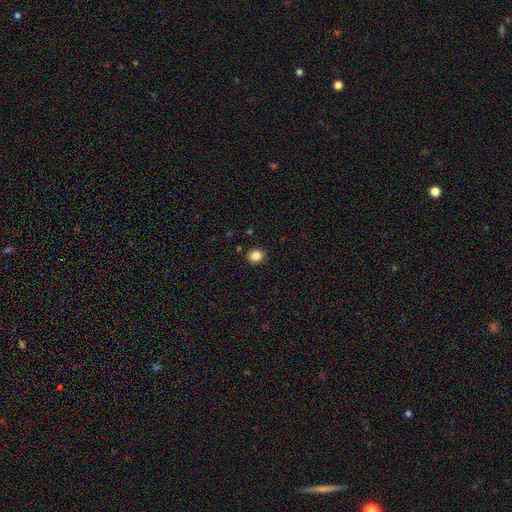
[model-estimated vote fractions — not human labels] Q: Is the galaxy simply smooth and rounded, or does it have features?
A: smooth — 85%.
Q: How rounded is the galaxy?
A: round — 73%.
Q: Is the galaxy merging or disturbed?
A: none — 91%.